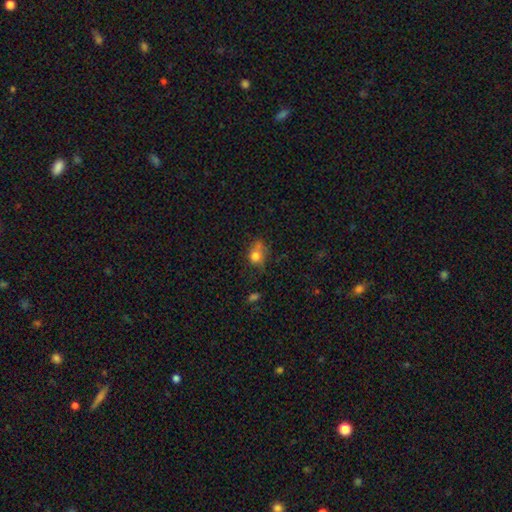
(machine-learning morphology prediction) Overall: smooth (74%). How rounded: round (57%; in between 41%). Merging: none (41%; minor disturbance 27%).